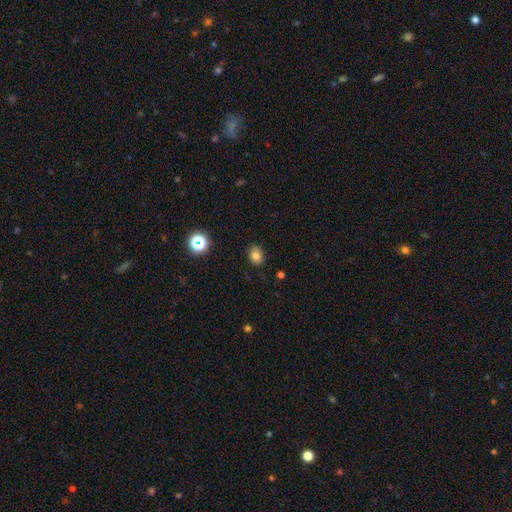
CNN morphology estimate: type=smooth (79%); roundness=in between (59%); merging=none (84%).